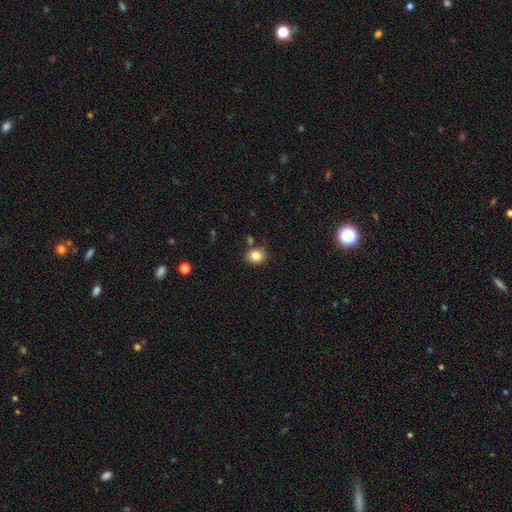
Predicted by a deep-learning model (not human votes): Smooth or featured? smooth (83%)
How rounded? round (65%)
Merging? none (77%)